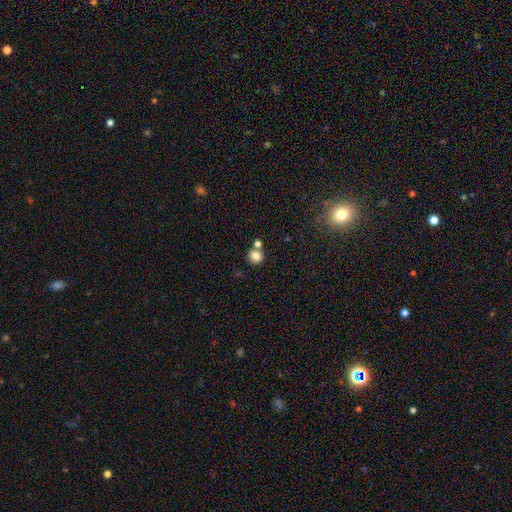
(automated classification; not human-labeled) A smooth galaxy with no disk features (82%) that is round (82%). Merging: none (64%).